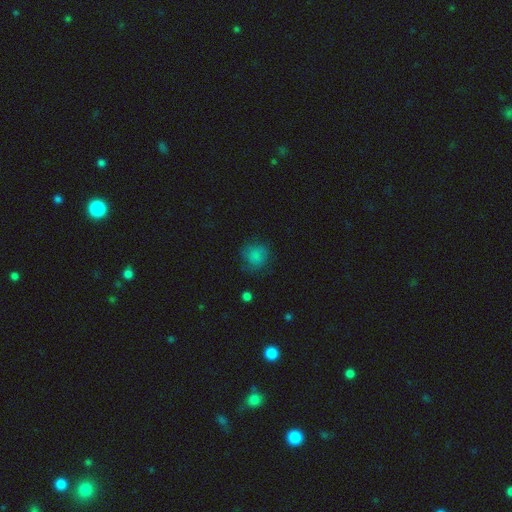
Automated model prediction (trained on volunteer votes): Q: Smooth or featured?
A: smooth (81%); runner-up: star or artifact (12%)
Q: How rounded?
A: round (86%); runner-up: in between (13%)
Q: Merging?
A: none (71%); runner-up: minor disturbance (20%)